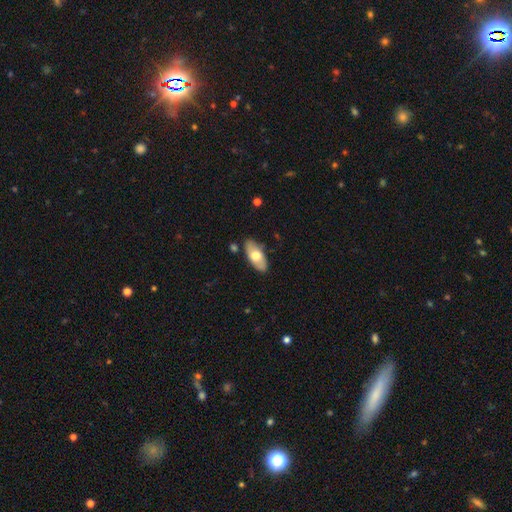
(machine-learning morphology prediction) smooth 64%, featured or disk 31%, star or artifact 5%. Down the decision tree: how rounded — in between (89%); merging — none (84%).